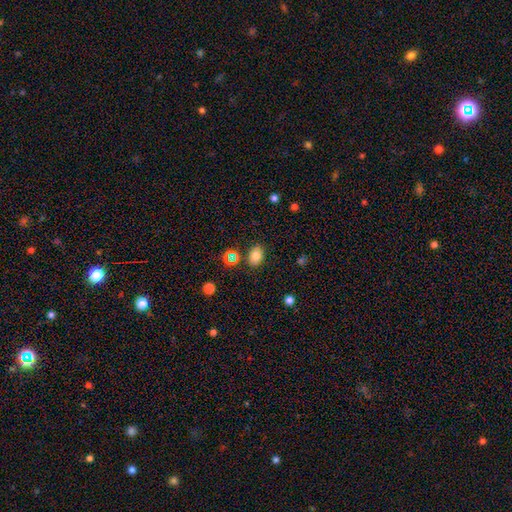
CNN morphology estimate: A smooth galaxy with no disk features (78%) that is in between round and cigar-shaped (74%). Merging: none (84%).